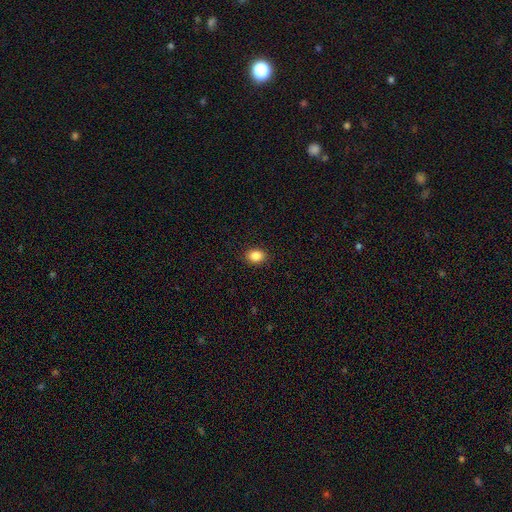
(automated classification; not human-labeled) Smooth or featured: smooth — 87% (star or artifact — 9%)
How rounded: in between — 62% (round — 37%)
Merging: none — 90% (minor disturbance — 7%)